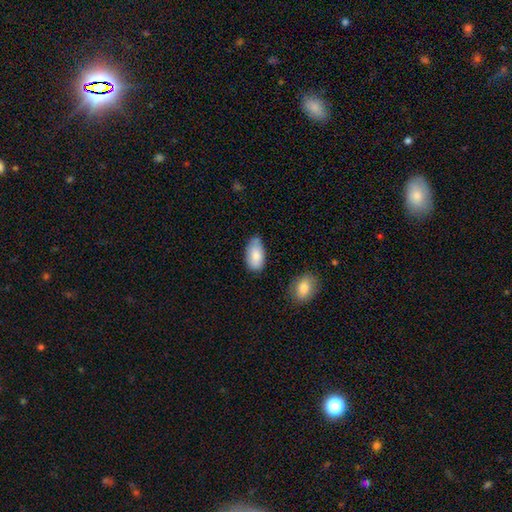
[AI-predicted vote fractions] Morphology: type=smooth (84%); roundness=in between (94%); merging=none (61%).